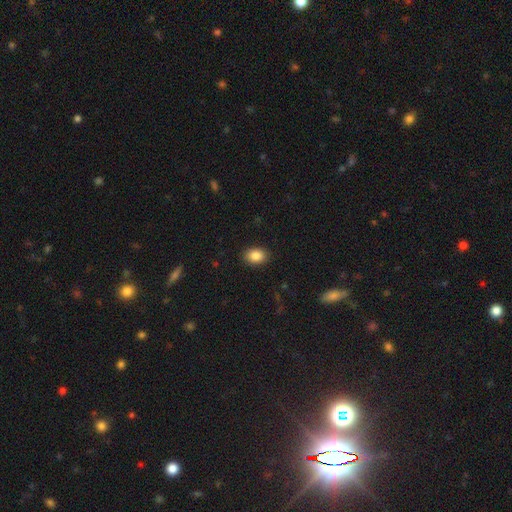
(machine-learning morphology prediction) smooth 87%, star or artifact 8%, featured or disk 4%. Down the decision tree: how rounded — in between (74%); merging — none (89%).